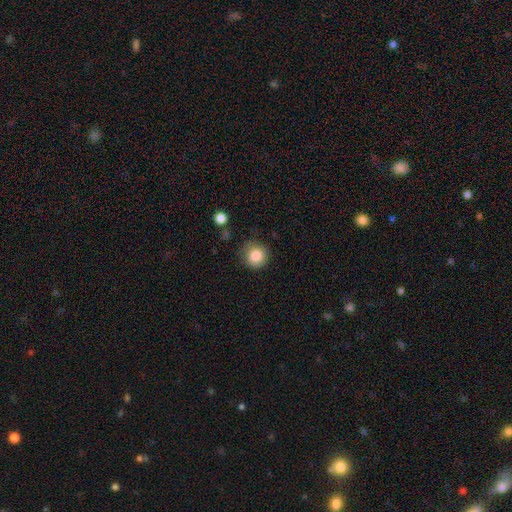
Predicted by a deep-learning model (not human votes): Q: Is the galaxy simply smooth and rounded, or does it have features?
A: smooth — 85%.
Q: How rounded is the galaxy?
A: round — 89%.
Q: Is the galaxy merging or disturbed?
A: none — 72%.